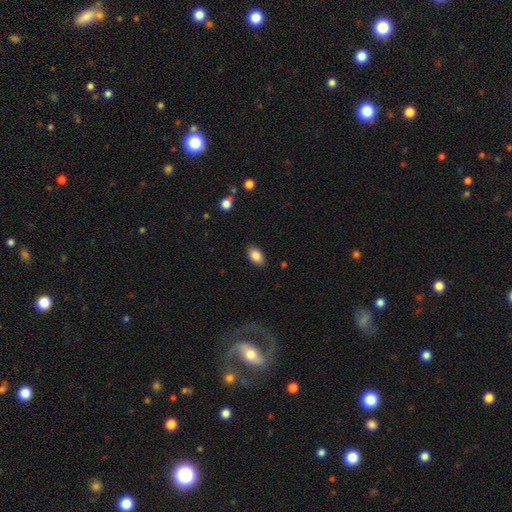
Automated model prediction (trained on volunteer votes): Morphology: type=smooth (86%); roundness=in between (91%); merging=none (86%).